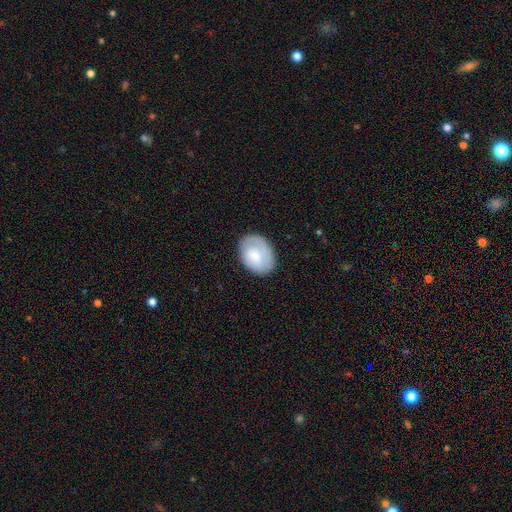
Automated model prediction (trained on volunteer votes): Morphology: type=smooth (69%); roundness=in between (73%); merging=none (74%).